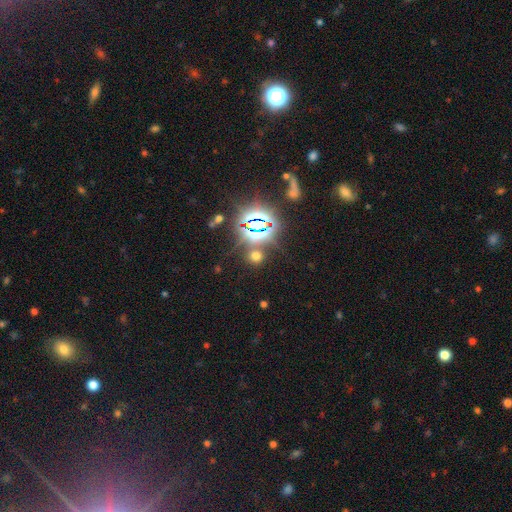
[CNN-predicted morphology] A smooth galaxy with no disk features (49%).

Vote fractions:
- Smooth or featured? smooth: 49% / star or artifact: 44% / featured or disk: 7%
- Merging? none: 79% / minor disturbance: 9% / merger: 8% / major disturbance: 4%